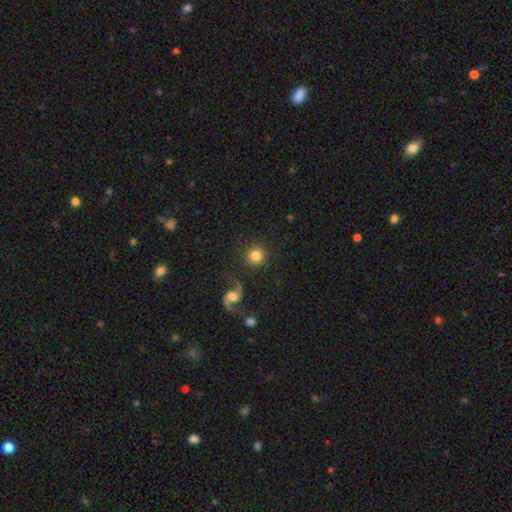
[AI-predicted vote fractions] Smooth or featured?
  - smooth: 80% *
  - featured or disk: 11%
  - star or artifact: 8%
How rounded?
  - round: 95% *
  - in between: 4%
  - cigar-shaped: 1%
Merging?
  - none: 86% *
  - minor disturbance: 6%
  - merger: 5%
  - major disturbance: 3%